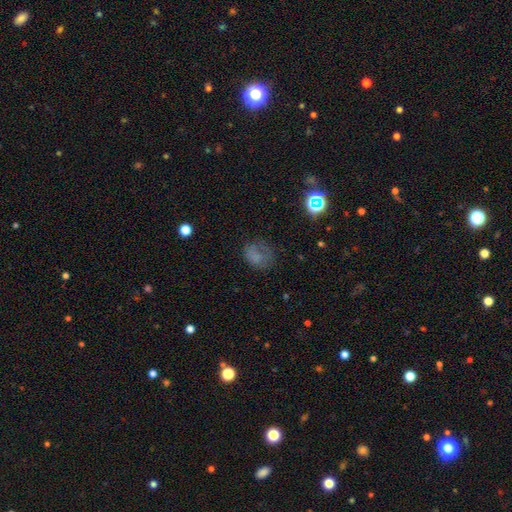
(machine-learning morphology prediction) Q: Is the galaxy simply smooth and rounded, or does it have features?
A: smooth — 65%.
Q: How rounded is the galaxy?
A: in between — 57%.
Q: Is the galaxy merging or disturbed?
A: none — 49%.